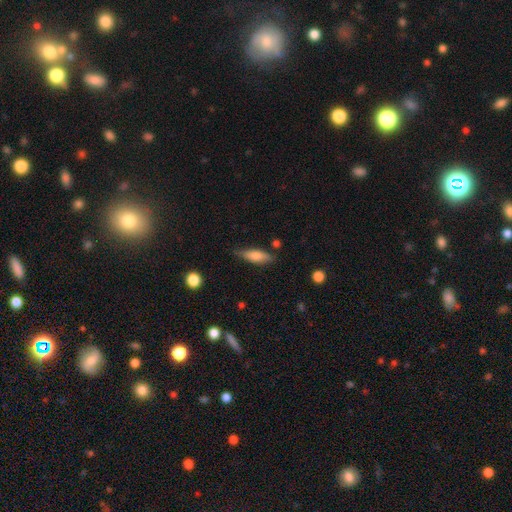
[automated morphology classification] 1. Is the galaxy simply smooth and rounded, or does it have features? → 72% smooth, 22% featured or disk, 7% star or artifact.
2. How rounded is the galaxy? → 56% in between, 42% cigar-shaped, 2% round.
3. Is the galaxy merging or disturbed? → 74% none, 20% minor disturbance, 4% major disturbance, 2% merger.